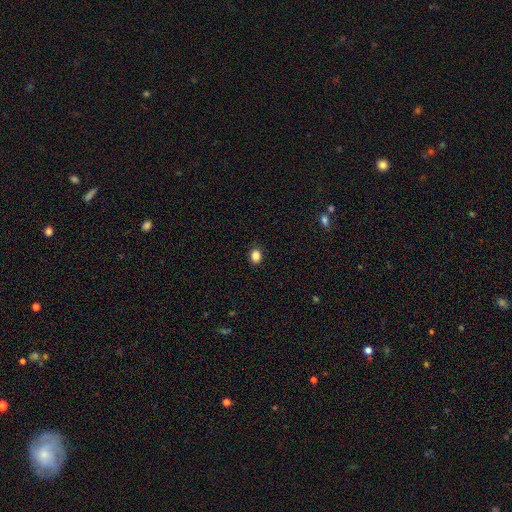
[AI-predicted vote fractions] This is clearly a smooth galaxy (86%). How rounded: possibly round (50%). Merging: clearly none (89%).